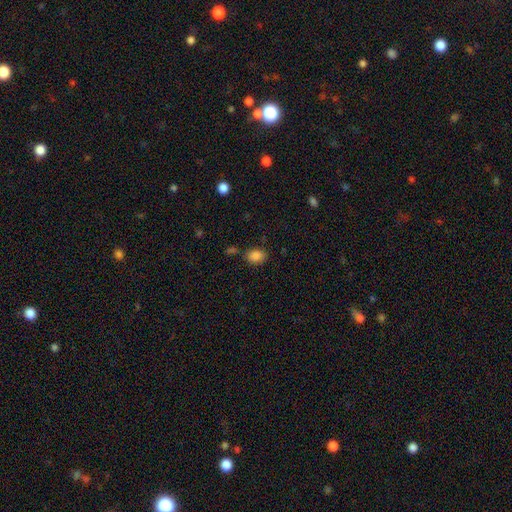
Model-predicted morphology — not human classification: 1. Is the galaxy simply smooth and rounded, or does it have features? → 85% smooth, 10% star or artifact, 5% featured or disk.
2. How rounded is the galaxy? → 73% in between, 26% round, 1% cigar-shaped.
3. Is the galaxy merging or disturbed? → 74% none, 14% minor disturbance, 8% merger, 4% major disturbance.